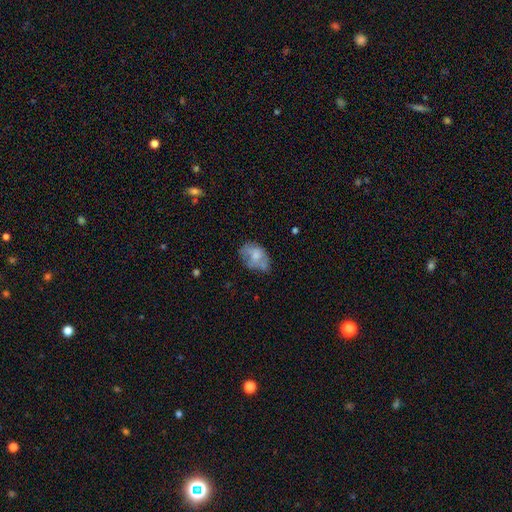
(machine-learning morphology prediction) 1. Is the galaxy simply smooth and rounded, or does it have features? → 59% smooth, 33% featured or disk, 9% star or artifact.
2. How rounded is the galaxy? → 81% in between, 17% round, 1% cigar-shaped.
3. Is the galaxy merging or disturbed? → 44% none, 32% minor disturbance, 18% major disturbance, 6% merger.